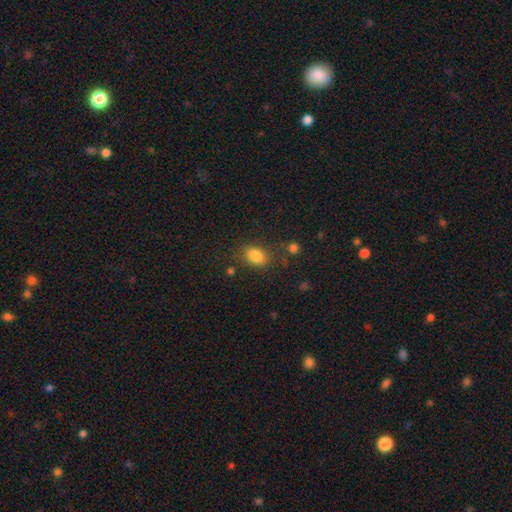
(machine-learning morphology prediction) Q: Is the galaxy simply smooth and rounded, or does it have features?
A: smooth — 83%.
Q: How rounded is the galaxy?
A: in between — 77%.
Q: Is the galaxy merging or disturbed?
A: none — 74%.